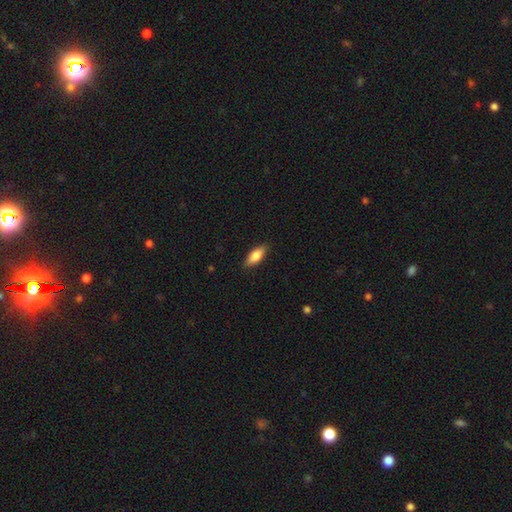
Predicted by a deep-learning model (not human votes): A smooth galaxy with no disk features (77%) that is in between round and cigar-shaped (71%). Merging: none (87%).